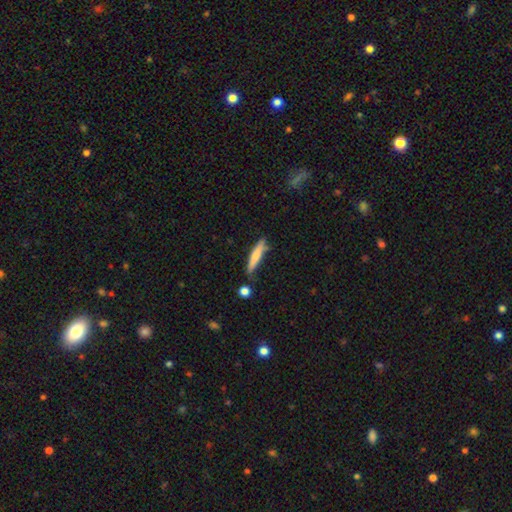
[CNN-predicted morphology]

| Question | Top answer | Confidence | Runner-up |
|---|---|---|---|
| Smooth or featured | smooth | 71% | featured or disk (23%) |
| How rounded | cigar-shaped | 88% | in between (11%) |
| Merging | none | 70% | minor disturbance (21%) |